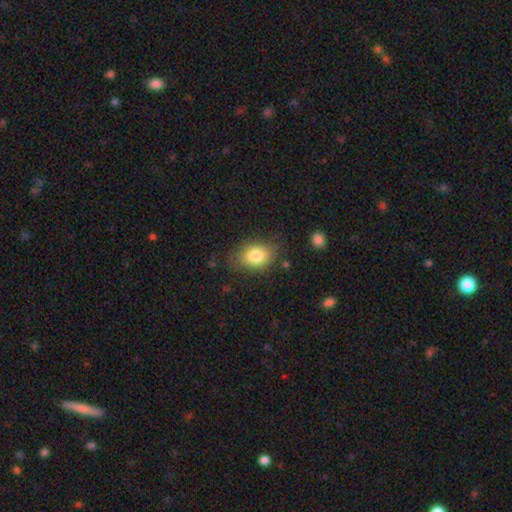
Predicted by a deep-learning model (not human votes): The model was most divided on "how rounded": in between: 76%, round: 23%, cigar-shaped: 1%. More confident: smooth or featured — smooth (81%); merging — none (74%).